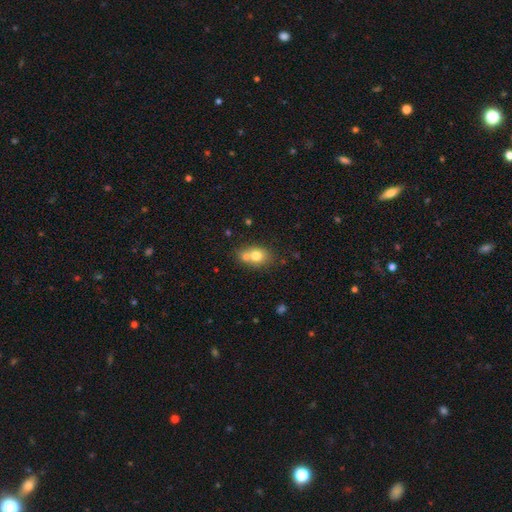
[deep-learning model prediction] smooth_or_featured: smooth (p=0.72) [alt: featured or disk p=0.17]
how_rounded: in between (p=0.53) [alt: round p=0.46]
merging: merger (p=0.45) [alt: none p=0.40]